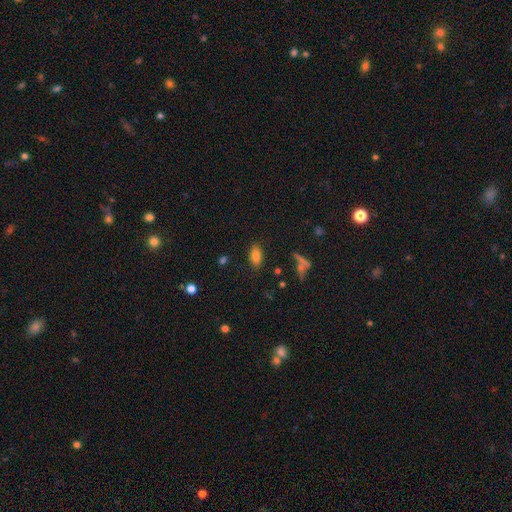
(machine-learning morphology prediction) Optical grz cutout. It shows a smooth galaxy with no disk features (82%) that is in between round and cigar-shaped (89%). Merging: none (84%).